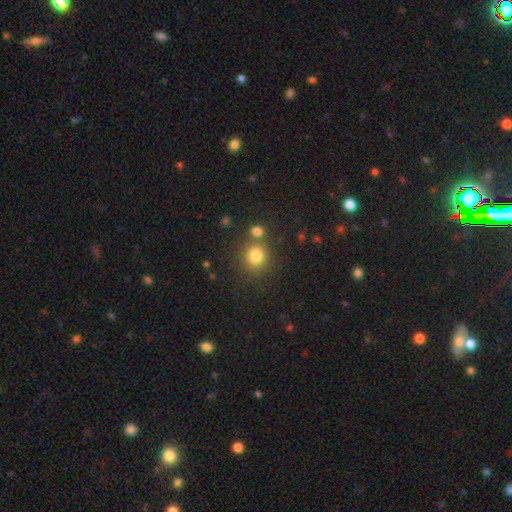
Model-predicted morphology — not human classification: This appears to be a smooth galaxy with no disk features (80%) that is round (84%). Merging: none (68%).